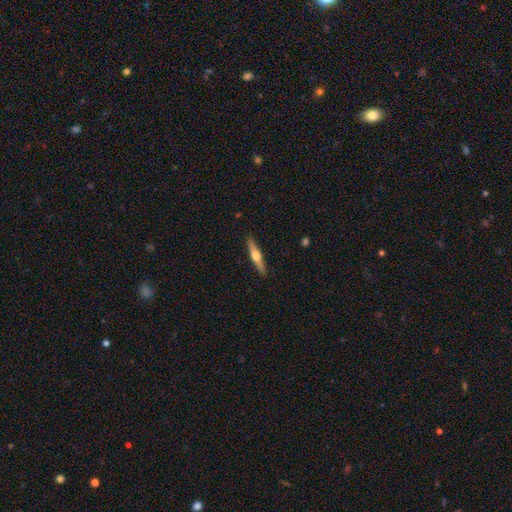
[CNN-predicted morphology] This is likely a featured or disk galaxy (61%). It is clearly viewed edge-on (97%). Edge-on bulge: clearly rounded (93%). Merging: clearly none (91%).